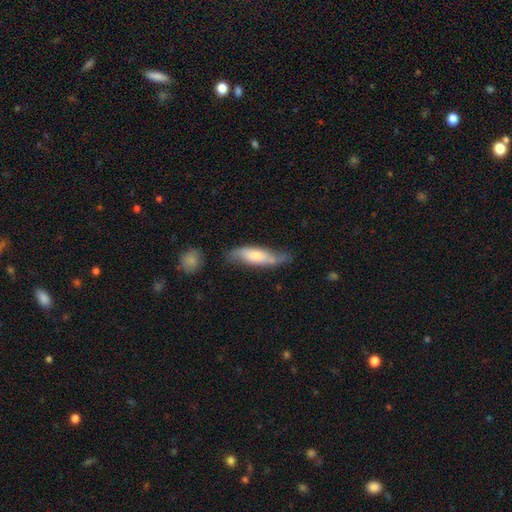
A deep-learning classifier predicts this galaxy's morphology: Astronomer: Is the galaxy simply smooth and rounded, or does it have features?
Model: smooth — 60%.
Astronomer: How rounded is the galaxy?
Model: cigar-shaped — 53% (runner-up: in between, 45%).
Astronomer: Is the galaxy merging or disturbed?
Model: none — 54% (runner-up: minor disturbance, 32%).